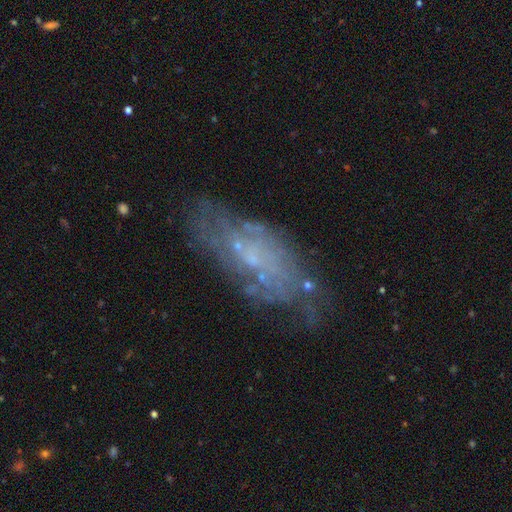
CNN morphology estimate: This is likely a featured or disk galaxy (63%). It is clearly not viewed edge-on (91%). Bar: likely no (78%). Spiral arm pattern: possibly no (51%). Central bulge: possibly small (51%). Merging: possibly none (58%).